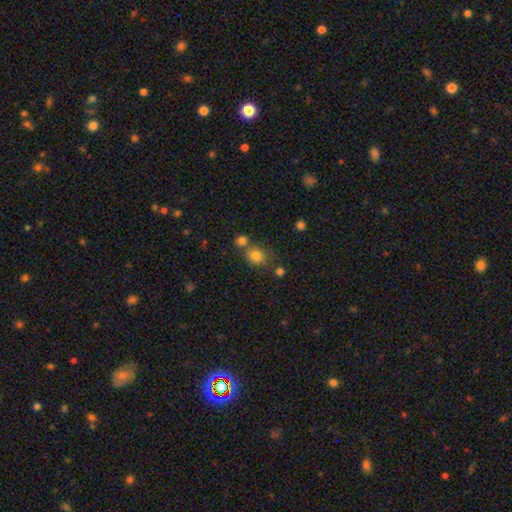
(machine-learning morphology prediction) This is likely a smooth galaxy (80%). How rounded: likely round (70%). Merging: possibly none (59%).